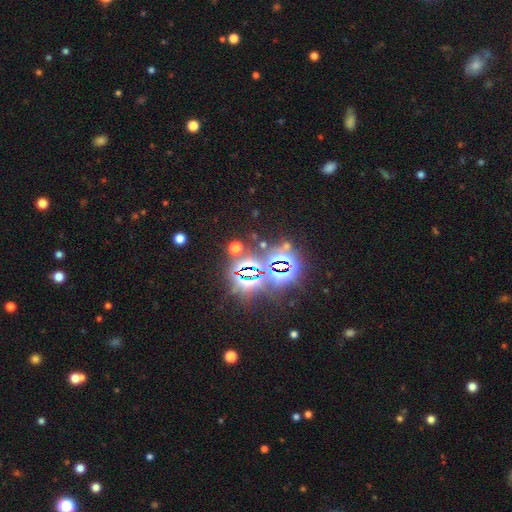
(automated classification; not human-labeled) A star or artifact, not a galaxy (81%).

Vote fractions:
- Smooth or featured? star or artifact: 81% / smooth: 11% / featured or disk: 8%